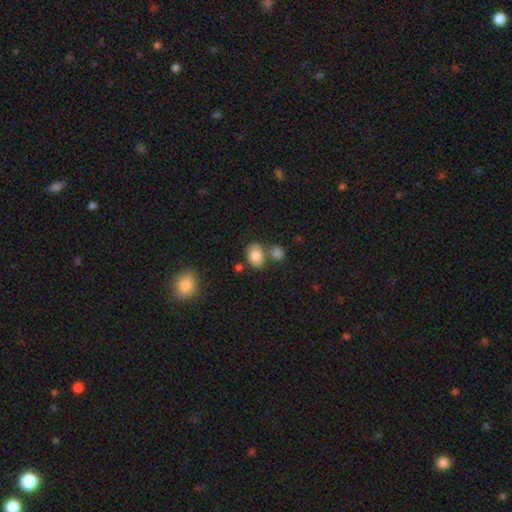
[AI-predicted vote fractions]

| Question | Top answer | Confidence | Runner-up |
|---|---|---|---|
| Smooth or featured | smooth | 85% | star or artifact (9%) |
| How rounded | in between | 78% | round (21%) |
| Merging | none | 60% | merger (22%) |